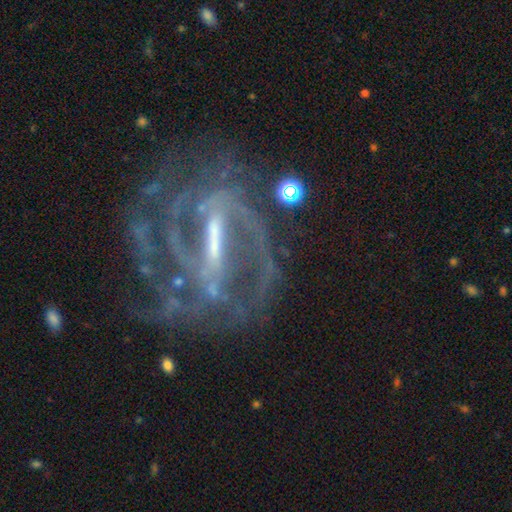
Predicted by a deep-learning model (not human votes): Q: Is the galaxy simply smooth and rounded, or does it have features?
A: featured or disk — 89%.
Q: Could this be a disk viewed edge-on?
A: no — 96%.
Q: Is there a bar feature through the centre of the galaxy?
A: strong — 67%.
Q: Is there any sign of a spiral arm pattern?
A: yes — 93%.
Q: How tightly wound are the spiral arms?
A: tight — 48%.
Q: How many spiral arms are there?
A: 2 — 35%.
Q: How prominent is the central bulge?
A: small — 49%.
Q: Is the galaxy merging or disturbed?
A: none — 65%.